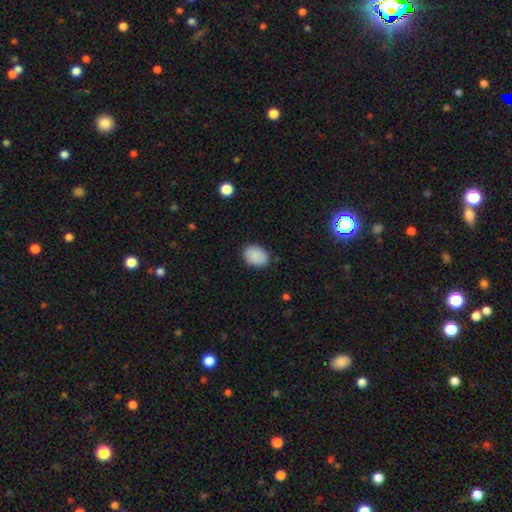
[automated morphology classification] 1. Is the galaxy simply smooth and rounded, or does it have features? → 88% smooth, 7% star or artifact, 5% featured or disk.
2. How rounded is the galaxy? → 68% in between, 31% round, 1% cigar-shaped.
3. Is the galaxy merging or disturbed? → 84% none, 12% minor disturbance, 2% major disturbance, 1% merger.